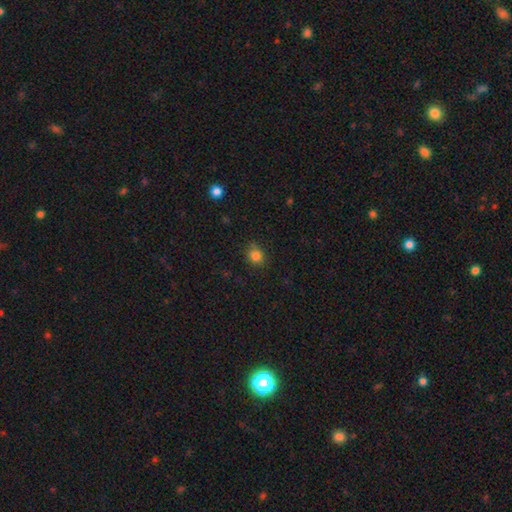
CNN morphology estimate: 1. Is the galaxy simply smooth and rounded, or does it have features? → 83% smooth, 12% star or artifact, 5% featured or disk.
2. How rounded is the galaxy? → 73% round, 26% in between, 1% cigar-shaped.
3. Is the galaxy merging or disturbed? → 76% none, 18% minor disturbance, 4% major disturbance, 2% merger.